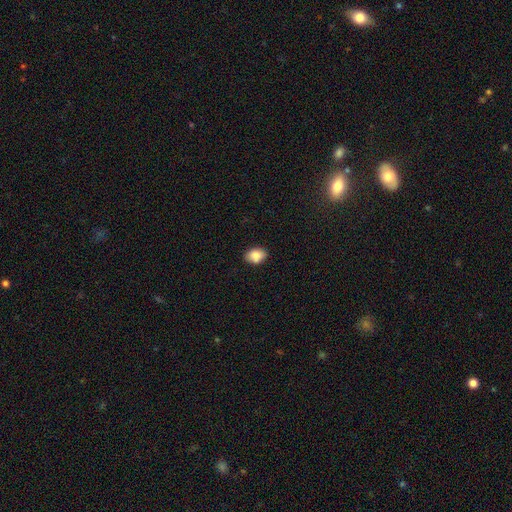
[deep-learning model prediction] The model was most divided on "how rounded": in between: 77%, round: 22%, cigar-shaped: 1%. More confident: smooth or featured — smooth (84%); merging — none (81%).